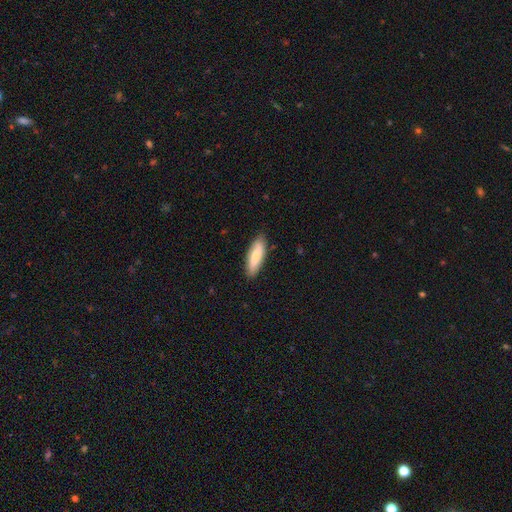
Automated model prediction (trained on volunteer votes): A smooth galaxy with no disk features (72%) that is in between round and cigar-shaped (55%).

Vote fractions:
- Smooth or featured? smooth: 72% / featured or disk: 23% / star or artifact: 5%
- How rounded? in between: 55% / cigar-shaped: 43% / round: 2%
- Merging? none: 85% / minor disturbance: 12% / major disturbance: 2% / merger: 1%